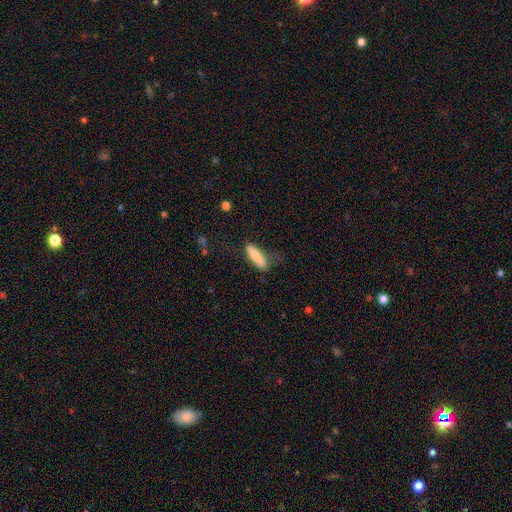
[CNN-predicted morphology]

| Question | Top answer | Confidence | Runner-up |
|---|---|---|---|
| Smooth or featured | smooth | 77% | featured or disk (17%) |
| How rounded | cigar-shaped | 61% | in between (37%) |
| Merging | none | 61% | minor disturbance (26%) |